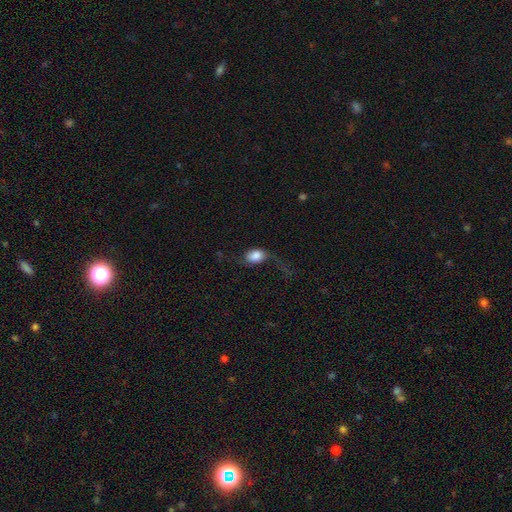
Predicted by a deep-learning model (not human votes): Smooth or featured?
  - smooth: 70% *
  - featured or disk: 22%
  - star or artifact: 8%
How rounded?
  - in between: 73% *
  - round: 25%
  - cigar-shaped: 2%
Merging?
  - major disturbance: 44% *
  - none: 32%
  - minor disturbance: 20%
  - merger: 4%